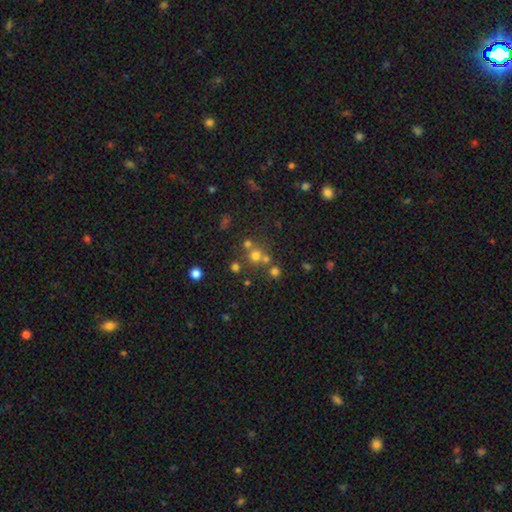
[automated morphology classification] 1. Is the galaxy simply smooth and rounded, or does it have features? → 63% smooth, 25% star or artifact, 13% featured or disk.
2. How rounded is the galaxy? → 90% round, 9% in between, 1% cigar-shaped.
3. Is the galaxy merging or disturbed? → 61% none, 27% merger, 8% minor disturbance, 4% major disturbance.